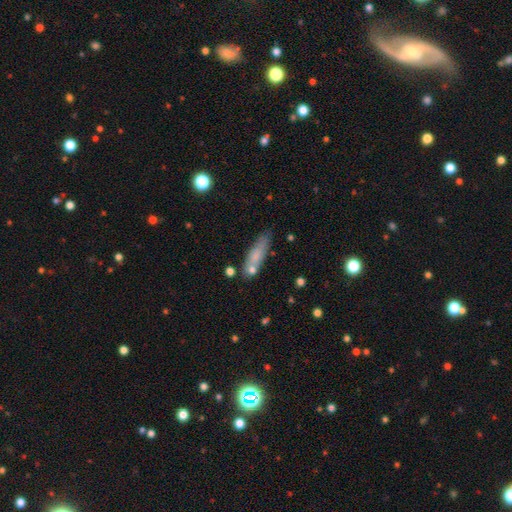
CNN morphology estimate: This appears to be a smooth galaxy with no disk features (74%) that is cigar-shaped (62%). Merging: none (63%).